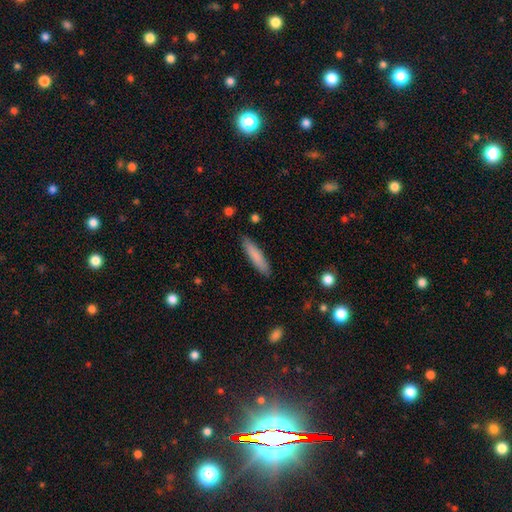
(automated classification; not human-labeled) Overall: smooth (82%). How rounded: cigar-shaped (85%). Merging: none (88%).